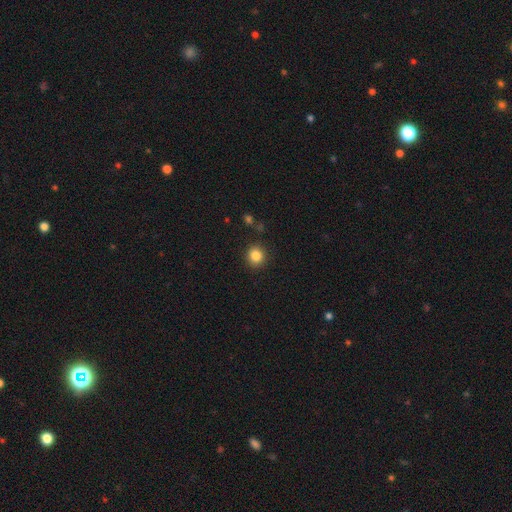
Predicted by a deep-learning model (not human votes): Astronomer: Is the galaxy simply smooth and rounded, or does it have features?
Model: smooth — 85%.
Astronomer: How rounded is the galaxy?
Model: round — 88%.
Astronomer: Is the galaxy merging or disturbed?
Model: none — 89%.